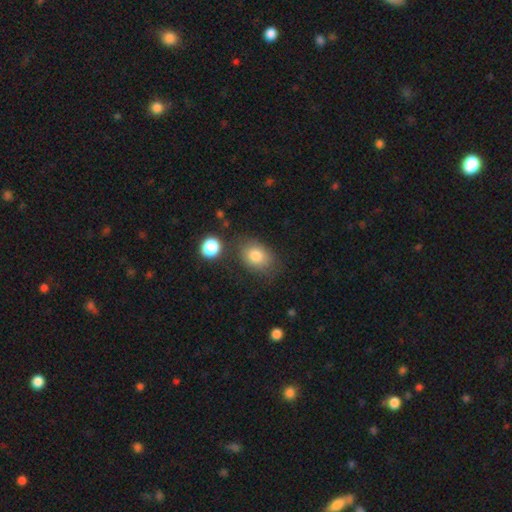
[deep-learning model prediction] Smooth or featured? Predicted: smooth (p=0.81). How rounded? Predicted: in between (p=0.68). Merging? Predicted: none (p=0.70).